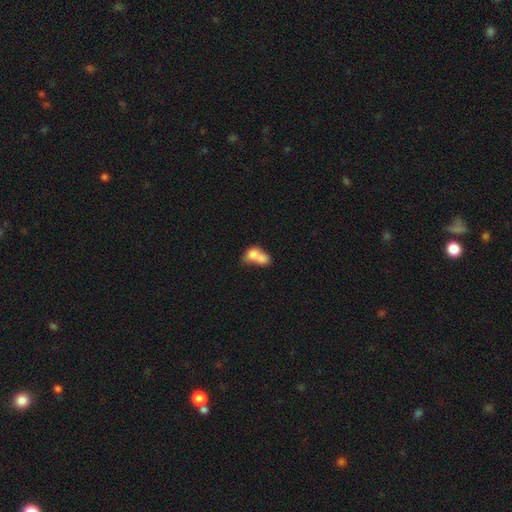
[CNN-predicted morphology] Smooth or featured? Predicted: smooth (p=0.70). How rounded? Predicted: in between (p=0.66). Merging? Predicted: merger (p=0.74).